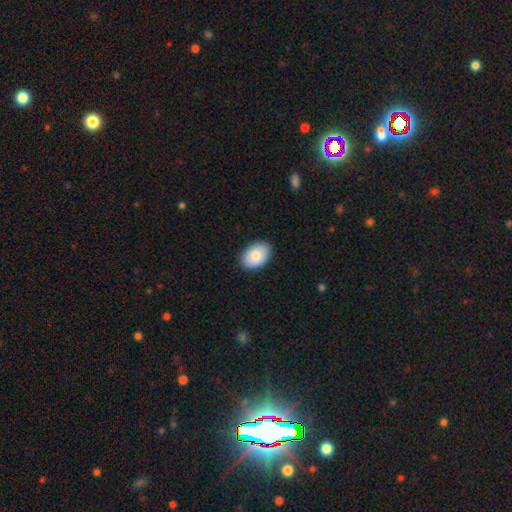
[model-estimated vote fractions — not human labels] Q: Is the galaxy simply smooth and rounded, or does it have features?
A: smooth — 82%.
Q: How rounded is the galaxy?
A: in between — 87%.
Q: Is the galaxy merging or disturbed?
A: none — 88%.